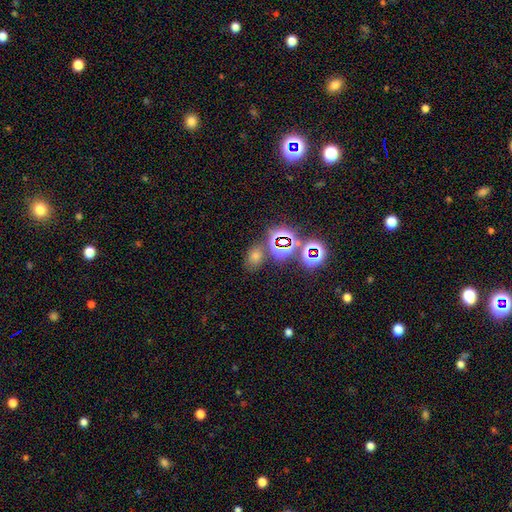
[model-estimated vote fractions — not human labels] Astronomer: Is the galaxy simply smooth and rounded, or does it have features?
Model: star or artifact — 47% (runner-up: smooth, 43%).